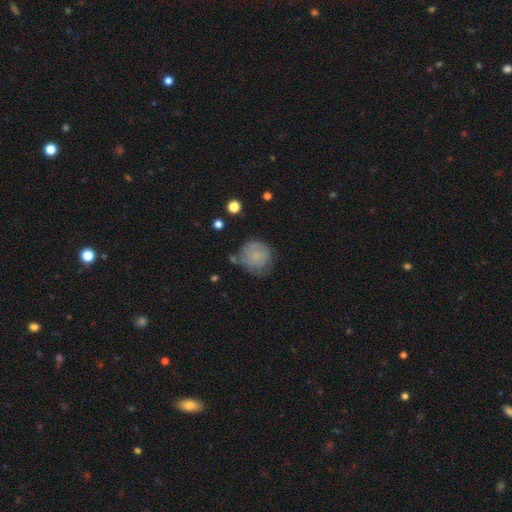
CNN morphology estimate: type=smooth (59%); roundness=round (86%); merging=none (51%).